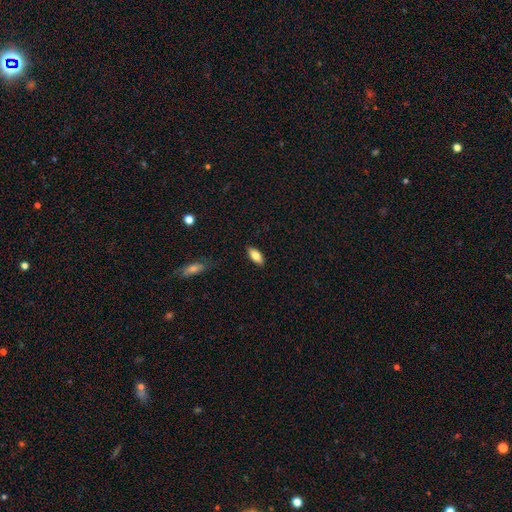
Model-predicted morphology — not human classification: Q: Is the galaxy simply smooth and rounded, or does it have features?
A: smooth — 79%.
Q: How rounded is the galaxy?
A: in between — 85%.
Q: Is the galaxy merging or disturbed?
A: none — 87%.